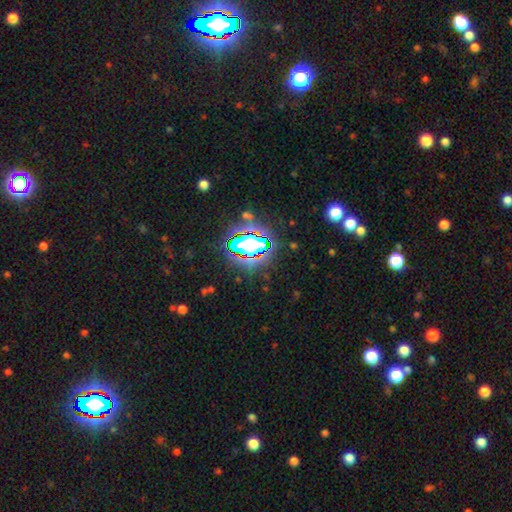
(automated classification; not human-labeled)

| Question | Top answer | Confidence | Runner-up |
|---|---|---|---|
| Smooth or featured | star or artifact | 79% | smooth (13%) |